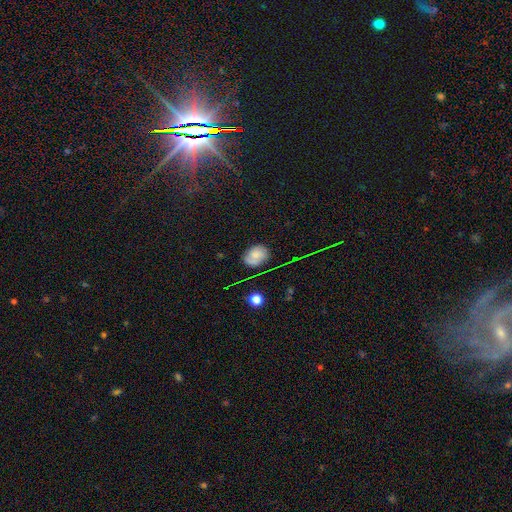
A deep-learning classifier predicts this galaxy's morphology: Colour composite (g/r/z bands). It shows a smooth galaxy with no disk features (66%) that is in between round and cigar-shaped (59%). Merging: none (69%).